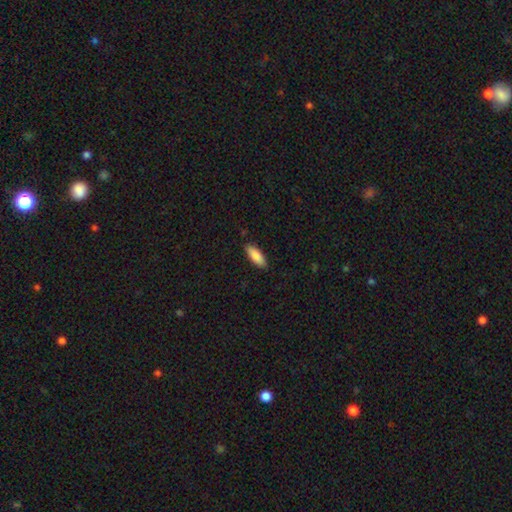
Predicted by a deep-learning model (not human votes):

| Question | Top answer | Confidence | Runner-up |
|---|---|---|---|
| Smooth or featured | smooth | 88% | featured or disk (6%) |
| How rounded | in between | 69% | cigar-shaped (30%) |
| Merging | none | 87% | minor disturbance (10%) |